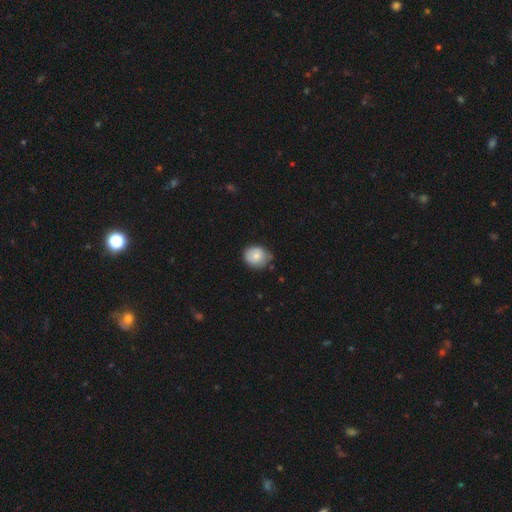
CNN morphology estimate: This is likely a smooth galaxy (80%). How rounded: likely round (73%). Merging: likely none (66%).